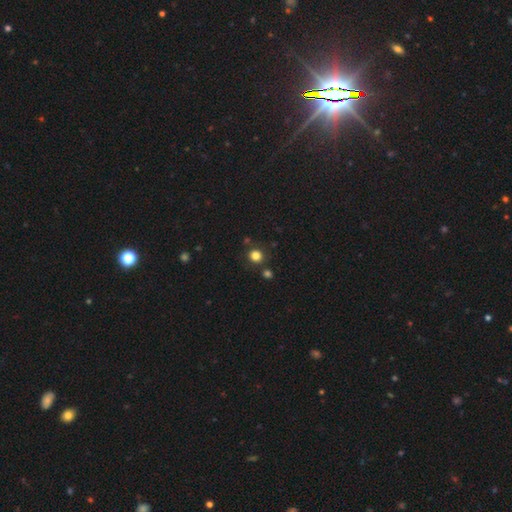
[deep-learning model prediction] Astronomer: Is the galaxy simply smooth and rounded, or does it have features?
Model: smooth — 81%.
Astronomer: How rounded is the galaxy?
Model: round — 89%.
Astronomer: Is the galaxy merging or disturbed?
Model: none — 83%.